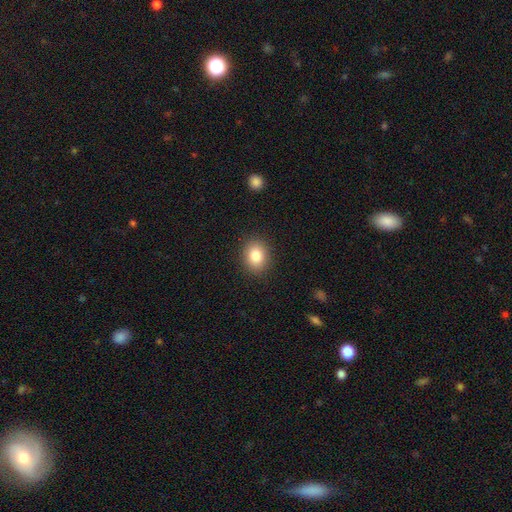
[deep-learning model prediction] Overall: smooth (84%). How rounded: in between (51%; round 48%). Merging: none (89%).